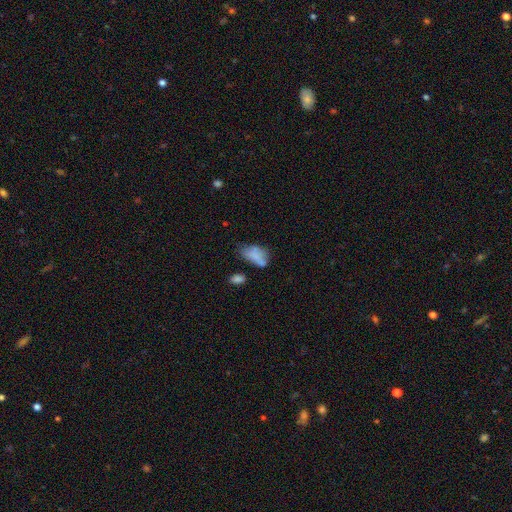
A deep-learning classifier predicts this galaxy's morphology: smooth-or-featured: smooth: 71% | featured or disk: 19% | star or artifact: 11%
  how-rounded: in between: 90% | round: 5% | cigar-shaped: 5%
  merging: none: 38% | minor disturbance: 30% | major disturbance: 19% | merger: 14%